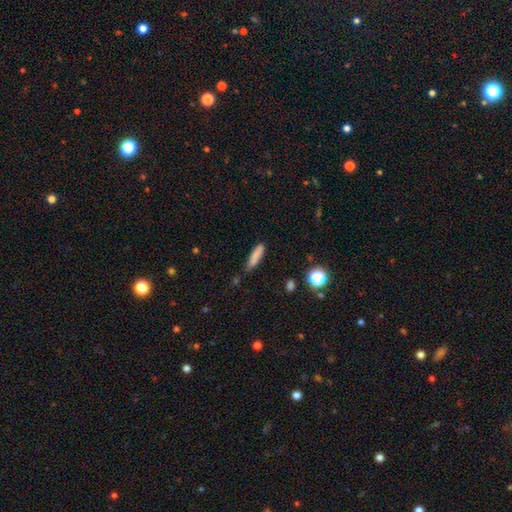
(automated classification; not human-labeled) This appears to be a smooth galaxy with no disk features (82%) that is cigar-shaped (77%). Merging: none (71%).